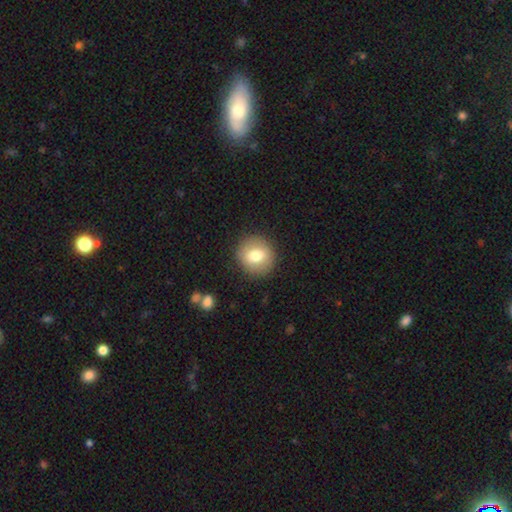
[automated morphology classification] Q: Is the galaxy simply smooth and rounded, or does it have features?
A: smooth — 74%.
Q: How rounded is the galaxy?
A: round — 90%.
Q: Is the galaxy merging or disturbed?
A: none — 90%.